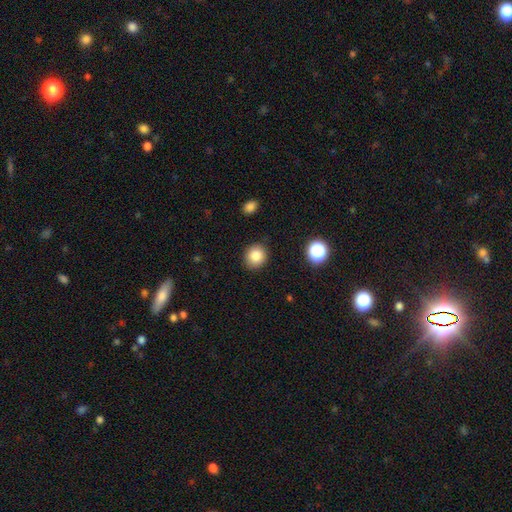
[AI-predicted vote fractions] Morphology: type=smooth (84%); roundness=round (82%); merging=none (89%).